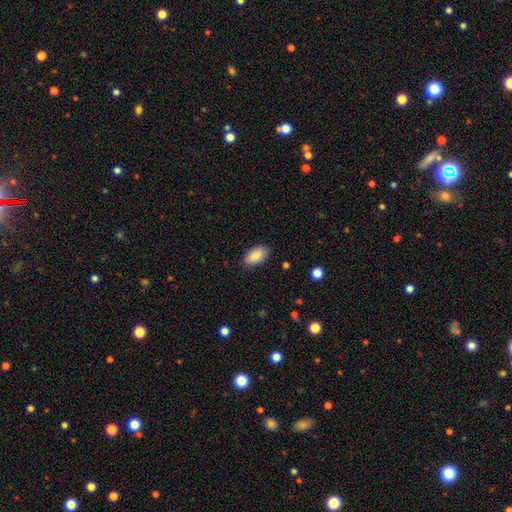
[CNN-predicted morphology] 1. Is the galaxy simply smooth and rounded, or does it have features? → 87% smooth, 7% featured or disk, 7% star or artifact.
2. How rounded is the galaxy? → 93% in between, 4% round, 3% cigar-shaped.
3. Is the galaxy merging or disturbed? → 82% none, 14% minor disturbance, 3% major disturbance, 1% merger.